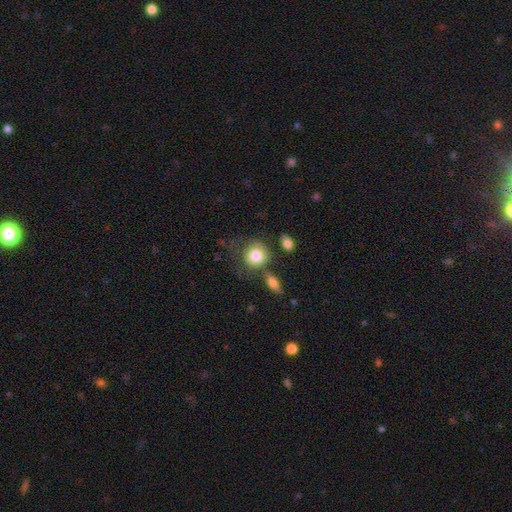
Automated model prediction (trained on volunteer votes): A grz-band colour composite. It shows a smooth galaxy with no disk features (80%) that is round (82%). Merging: none (54%).